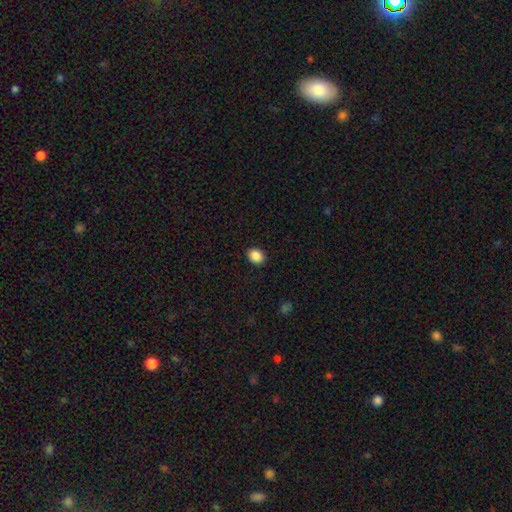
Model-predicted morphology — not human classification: smooth 88%, star or artifact 9%, featured or disk 3%. Down the decision tree: how rounded — round (59%); merging — none (91%).